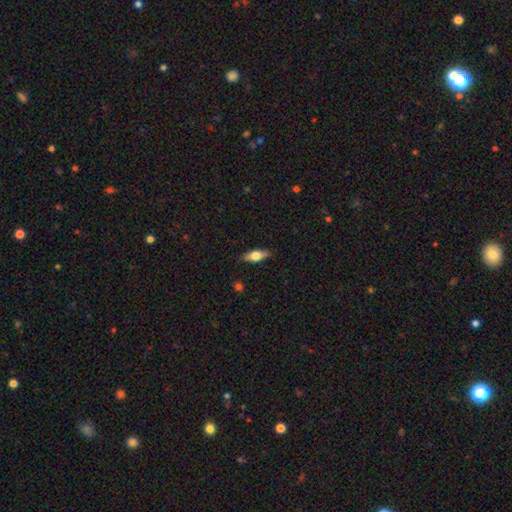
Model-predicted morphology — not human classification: Smooth or featured: smooth — 55% (featured or disk — 39%)
How rounded: in between — 68% (cigar-shaped — 28%)
Merging: none — 86% (minor disturbance — 11%)